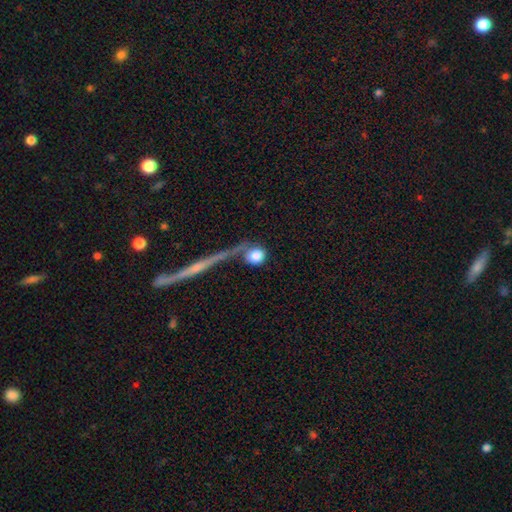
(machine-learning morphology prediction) Smooth or featured: smooth — 77% (featured or disk — 14%)
How rounded: round — 84% (in between — 12%)
Merging: none — 51% (merger — 21%)